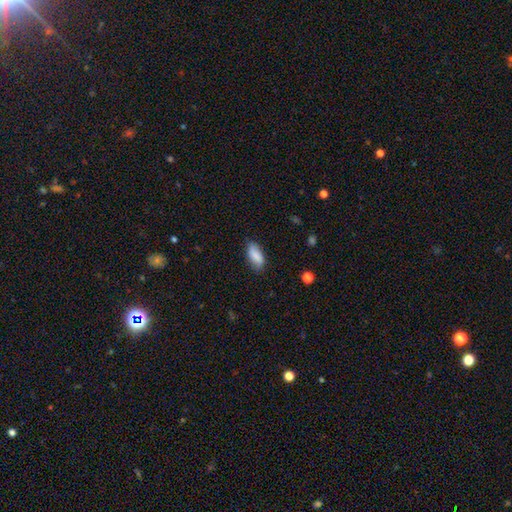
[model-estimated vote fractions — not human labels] Overall: smooth (83%). How rounded: in between (89%). Merging: none (77%).